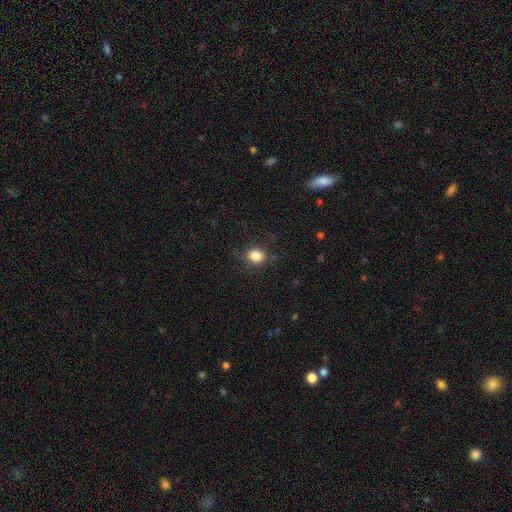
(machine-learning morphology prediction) Smooth or featured? Predicted: smooth (p=0.85). How rounded? Predicted: round (p=0.59). Merging? Predicted: none (p=0.80).